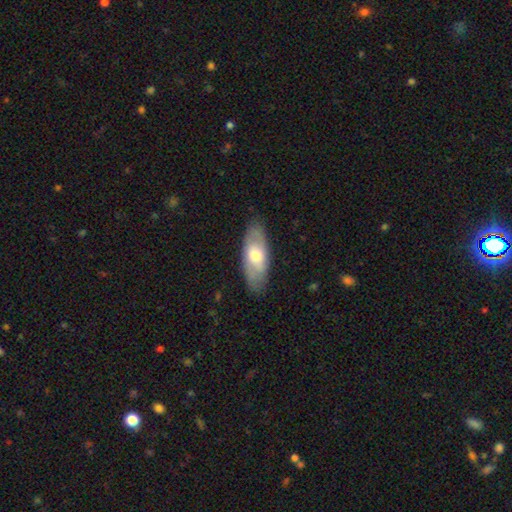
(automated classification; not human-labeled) smooth 55%, featured or disk 39%, star or artifact 5%. Down the decision tree: how rounded — in between (83%); merging — none (83%).